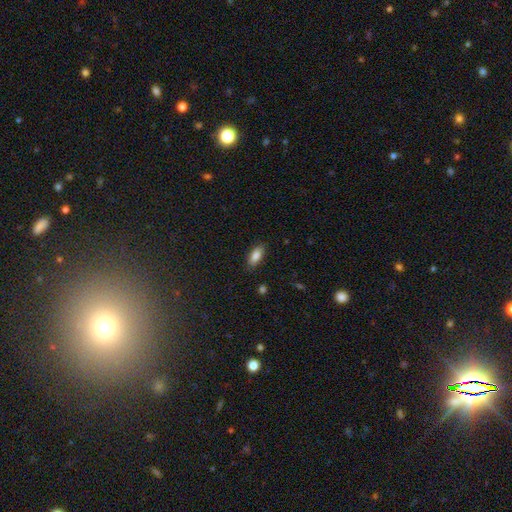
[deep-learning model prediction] This appears to be a smooth galaxy with no disk features (86%) that is in between round and cigar-shaped (85%). Merging: none (86%).